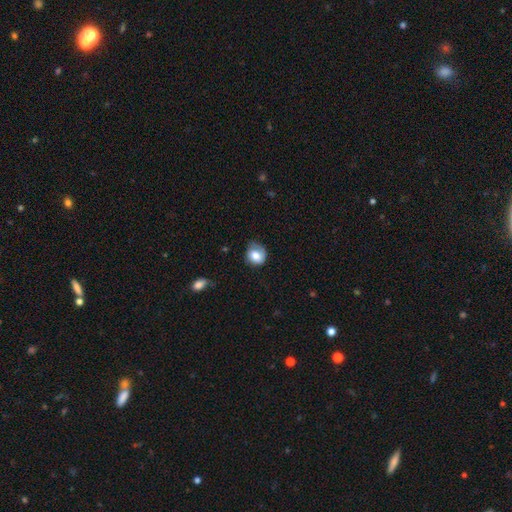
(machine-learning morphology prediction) This appears to be a smooth galaxy with no disk features (72%) that is round (69%). Merging: none (53%).